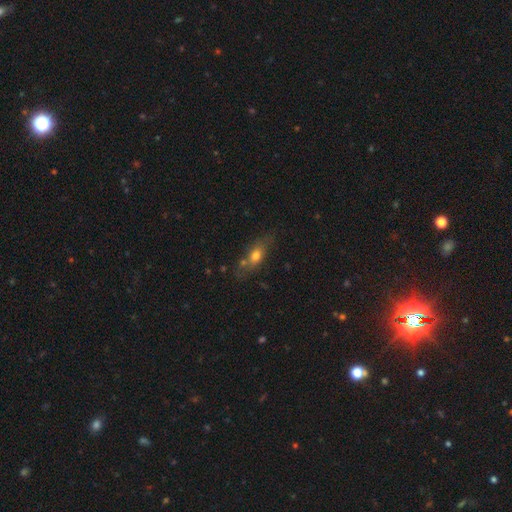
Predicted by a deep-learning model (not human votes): smooth_or_featured: smooth (p=0.68) [alt: featured or disk p=0.23]
how_rounded: in between (p=0.70) [alt: cigar-shaped p=0.20]
merging: none (p=0.58) [alt: minor disturbance p=0.20]